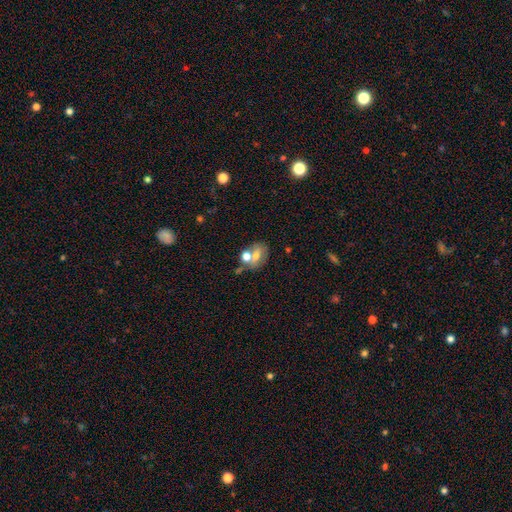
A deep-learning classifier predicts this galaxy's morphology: Smooth or featured? smooth (59%)
How rounded? in between (59%)
Merging? none (45%)